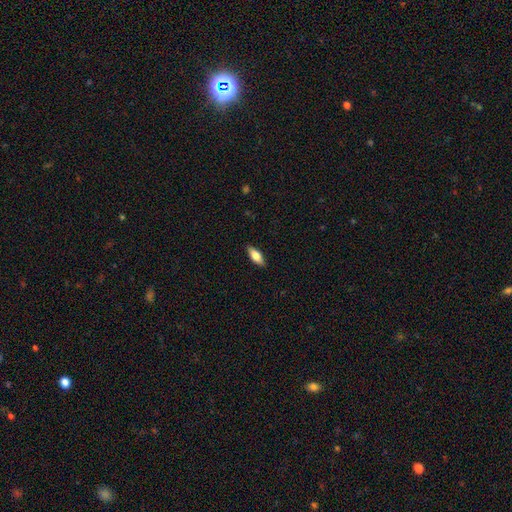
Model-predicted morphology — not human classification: Smooth or featured?
  - smooth: 76% *
  - featured or disk: 18%
  - star or artifact: 6%
How rounded?
  - in between: 77% *
  - cigar-shaped: 21%
  - round: 2%
Merging?
  - none: 88% *
  - minor disturbance: 9%
  - major disturbance: 2%
  - merger: 1%